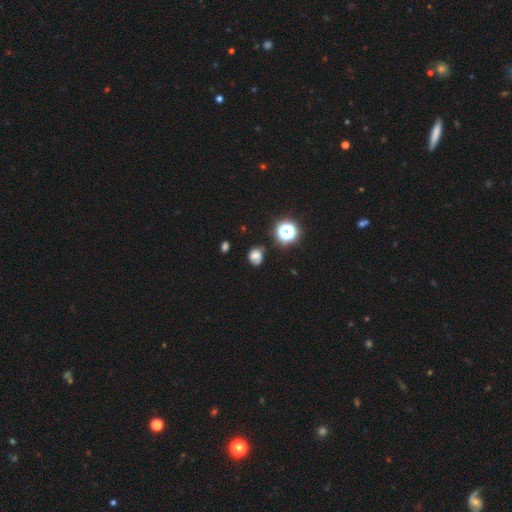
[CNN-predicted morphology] The model was most divided on "how rounded": round: 62%, in between: 37%, cigar-shaped: 1%. More confident: smooth or featured — smooth (65%); merging — none (58%).